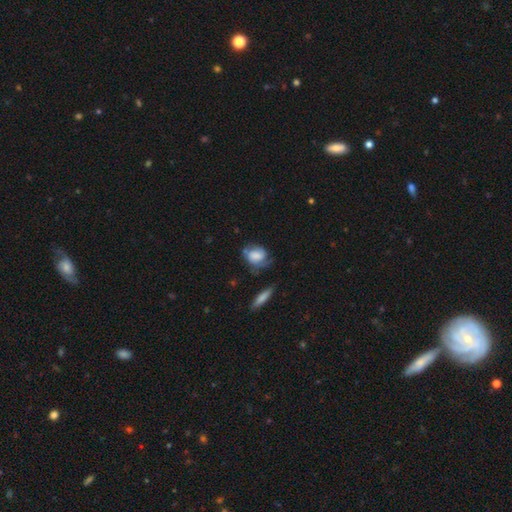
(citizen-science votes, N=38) Volunteers were most divided on "merging": none: 41%, minor disturbance: 30%, major disturbance: 30%, merger: 0%. More confident: how rounded — in between (64%); smooth or featured — smooth (58%).